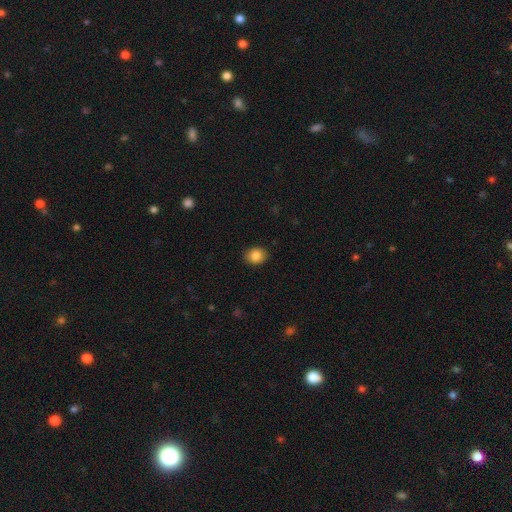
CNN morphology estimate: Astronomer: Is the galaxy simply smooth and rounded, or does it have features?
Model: smooth — 85%.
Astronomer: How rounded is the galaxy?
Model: in between — 53% (runner-up: round, 46%).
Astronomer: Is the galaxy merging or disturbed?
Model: none — 88%.